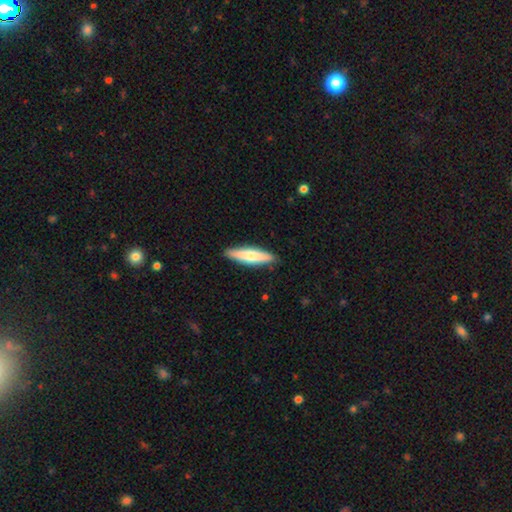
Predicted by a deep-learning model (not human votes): Smooth or featured?
  - smooth: 66% *
  - featured or disk: 29%
  - star or artifact: 5%
How rounded?
  - cigar-shaped: 73% *
  - in between: 25%
  - round: 2%
Merging?
  - none: 88% *
  - minor disturbance: 9%
  - major disturbance: 2%
  - merger: 1%